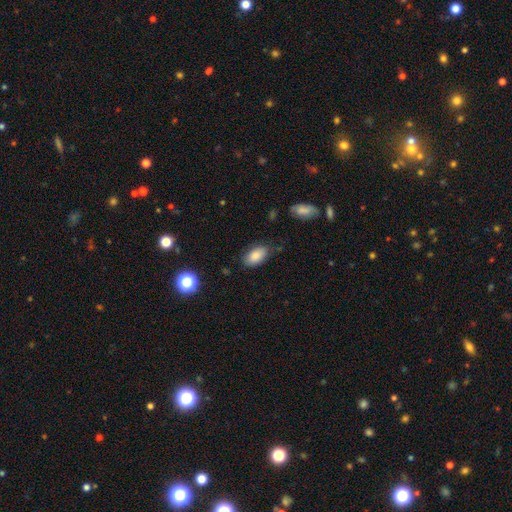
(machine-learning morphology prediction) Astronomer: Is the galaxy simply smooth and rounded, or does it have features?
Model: smooth — 85%.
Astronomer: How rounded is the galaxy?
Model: in between — 93%.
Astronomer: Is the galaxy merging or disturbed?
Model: none — 77%.